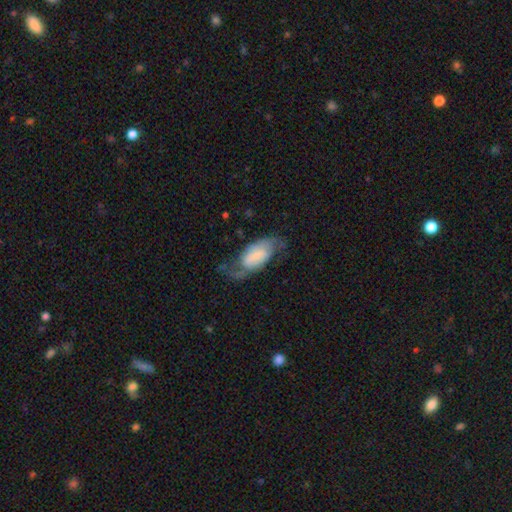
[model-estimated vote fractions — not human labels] Smooth or featured? featured or disk (66%)
Edge-on disk? no (94%)
Bar? no (47%)
Spiral arms? yes (86%)
Spiral winding? loose (45%)
Spiral arm count? 2 (84%)
Bulge size? small (58%)
Merging? none (50%)